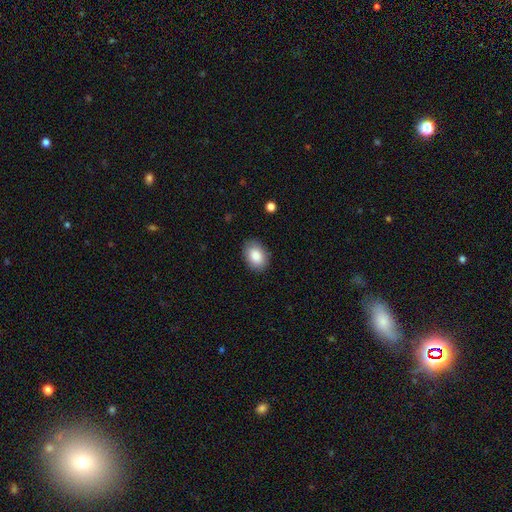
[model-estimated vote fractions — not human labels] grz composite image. It shows a smooth galaxy with no disk features (86%) that is in between round and cigar-shaped (82%). Merging: none (86%).